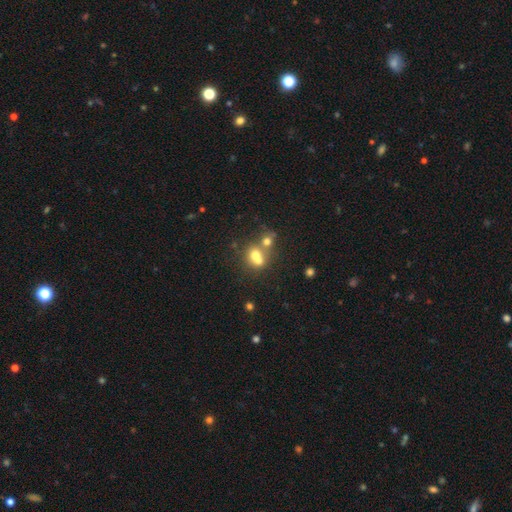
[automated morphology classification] This appears to be a smooth galaxy with no disk features (67%) that is round (60%). Merging: merger (61%).